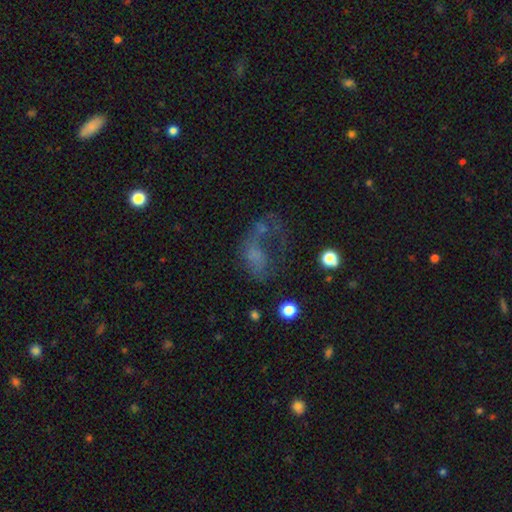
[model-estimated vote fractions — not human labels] This is marginally a smooth galaxy (41%). Merging: possibly major disturbance (51%).